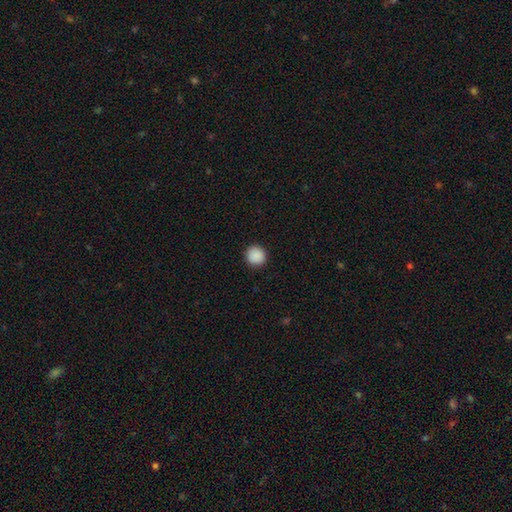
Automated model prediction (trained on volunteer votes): Smooth or featured? smooth (90%)
How rounded? round (95%)
Merging? none (93%)